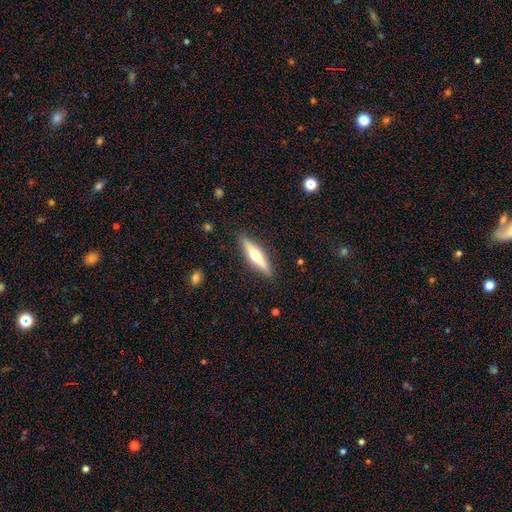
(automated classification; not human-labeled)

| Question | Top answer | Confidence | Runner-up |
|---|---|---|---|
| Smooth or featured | featured or disk | 62% | smooth (33%) |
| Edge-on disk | yes | 96% | no (4%) |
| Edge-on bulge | rounded | 93% | none (4%) |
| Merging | none | 90% | minor disturbance (8%) |